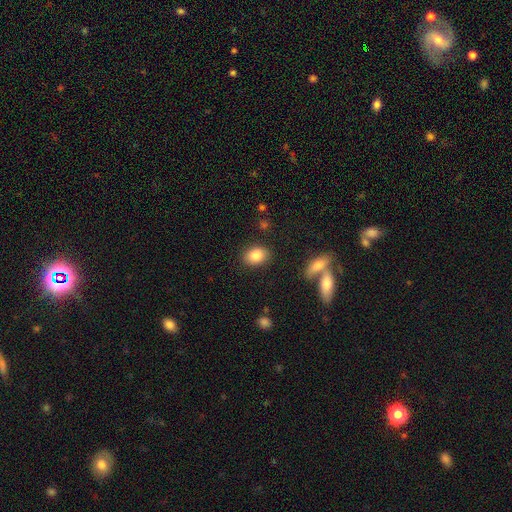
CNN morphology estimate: Overall: smooth (84%). How rounded: in between (72%). Merging: none (86%).